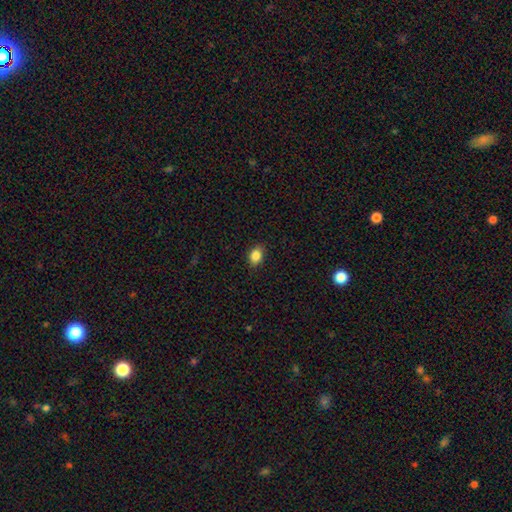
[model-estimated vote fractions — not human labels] Overall: smooth (86%). How rounded: in between (75%). Merging: none (87%).